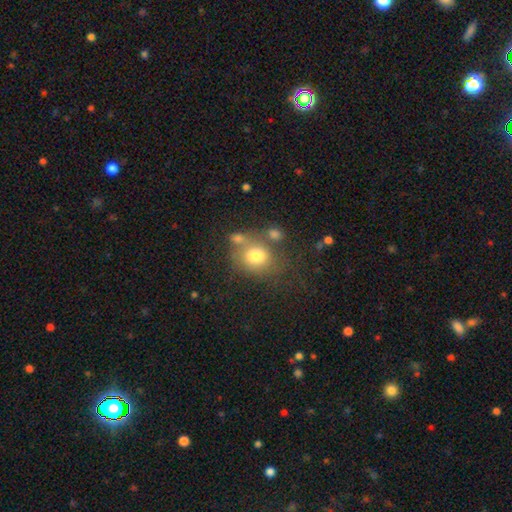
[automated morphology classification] Smooth or featured? Predicted: smooth (p=0.75). How rounded? Predicted: round (p=0.65). Merging? Predicted: none (p=0.55).